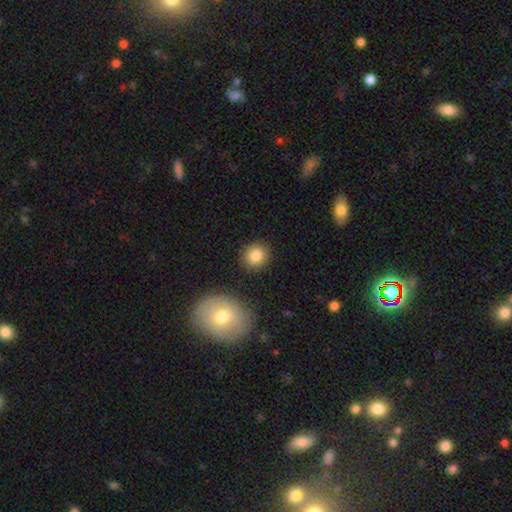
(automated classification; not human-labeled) Overall: smooth (84%). How rounded: round (84%). Merging: none (88%).